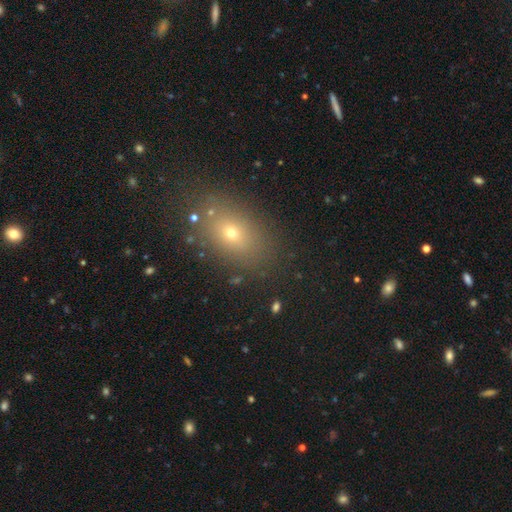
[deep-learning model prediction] A smooth galaxy with no disk features (61%) that is in between round and cigar-shaped (67%).

Vote fractions:
- Smooth or featured? smooth: 61% / star or artifact: 26% / featured or disk: 13%
- How rounded? in between: 67% / round: 31% / cigar-shaped: 2%
- Merging? none: 84% / minor disturbance: 9% / major disturbance: 4% / merger: 3%